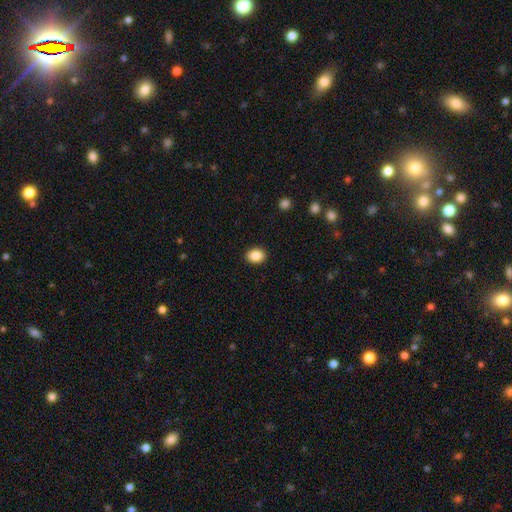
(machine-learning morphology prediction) smooth-or-featured: smooth: 88% | star or artifact: 8% | featured or disk: 4%
  how-rounded: in between: 67% | round: 32% | cigar-shaped: 1%
  merging: none: 90% | minor disturbance: 7% | major disturbance: 2% | merger: 1%